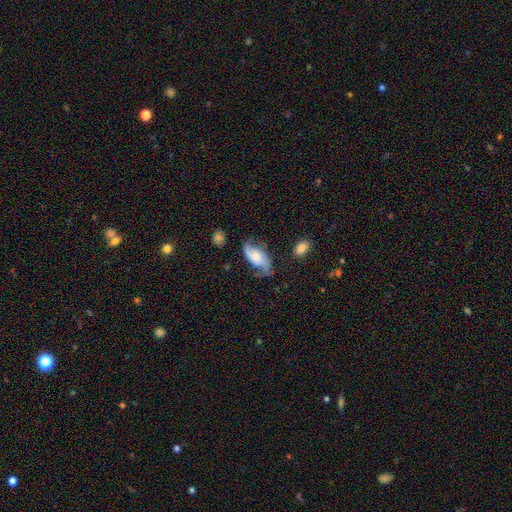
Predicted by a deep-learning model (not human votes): A featured or disk galaxy (70%) with no bar (57%), 2 (88%) loose (56%) spiral arms (93%) and a moderate central bulge (33%).

Vote fractions:
- Smooth or featured? featured or disk: 70% / smooth: 23% / star or artifact: 7%
- Edge-on disk? no: 94% / yes: 6%
- Bar? no: 57% / weak: 33% / strong: 11%
- Spiral arms? yes: 93% / no: 7%
- Spiral winding? loose: 56% / medium: 32% / tight: 11%
- Spiral arm count? 2: 88% / can't tell: 5% / 1: 4% / 3: 1% / 4: 1% / more than 4: 1%
- Bulge size? moderate: 33% / small: 28% / large: 20% / none: 15% / dominant: 4%
- Merging? none: 60% / minor disturbance: 24% / major disturbance: 13% / merger: 3%